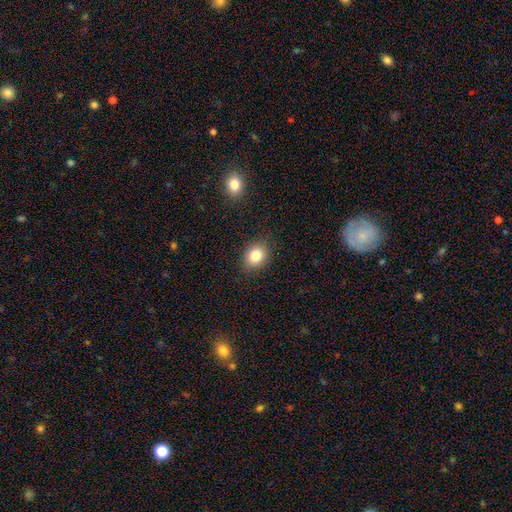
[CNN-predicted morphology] A smooth galaxy with no disk features (82%) that is round (55%).

Vote fractions:
- Smooth or featured? smooth: 82% / star or artifact: 10% / featured or disk: 7%
- How rounded? round: 55% / in between: 44% / cigar-shaped: 1%
- Merging? none: 85% / minor disturbance: 10% / major disturbance: 3% / merger: 1%